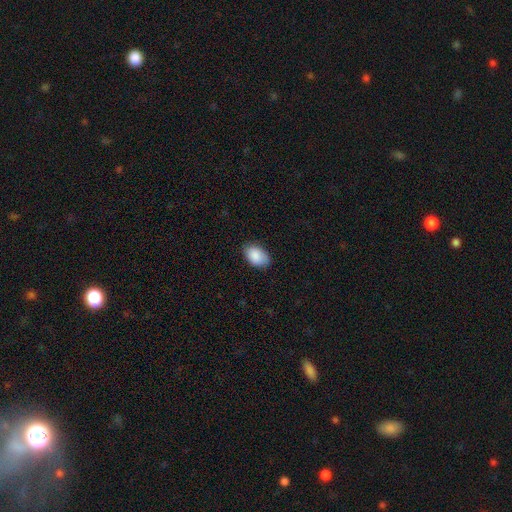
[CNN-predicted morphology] Q: Smooth or featured?
A: smooth (88%); runner-up: star or artifact (6%)
Q: How rounded?
A: in between (89%); runner-up: round (9%)
Q: Merging?
A: none (78%); runner-up: minor disturbance (18%)